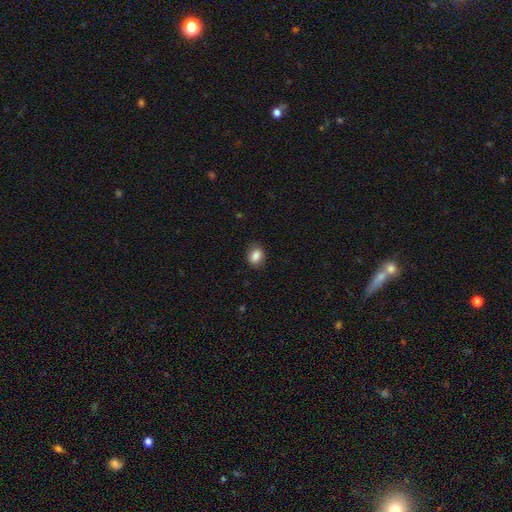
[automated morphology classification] Smooth or featured? Predicted: smooth (p=0.86). How rounded? Predicted: in between (p=0.52). Merging? Predicted: none (p=0.83).